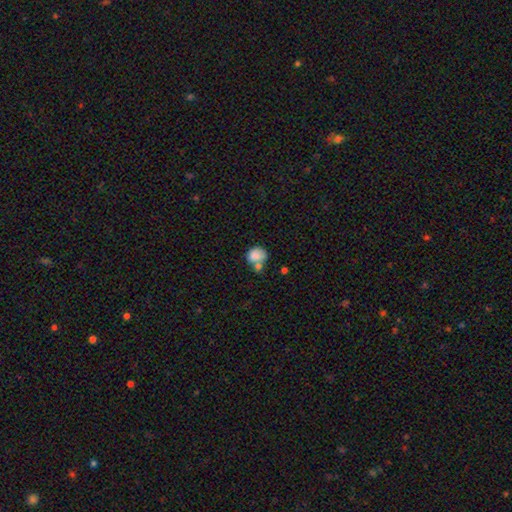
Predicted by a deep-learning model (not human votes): Q: Smooth or featured?
A: smooth (79%); runner-up: featured or disk (13%)
Q: How rounded?
A: round (67%); runner-up: in between (32%)
Q: Merging?
A: none (40%); runner-up: merger (38%)